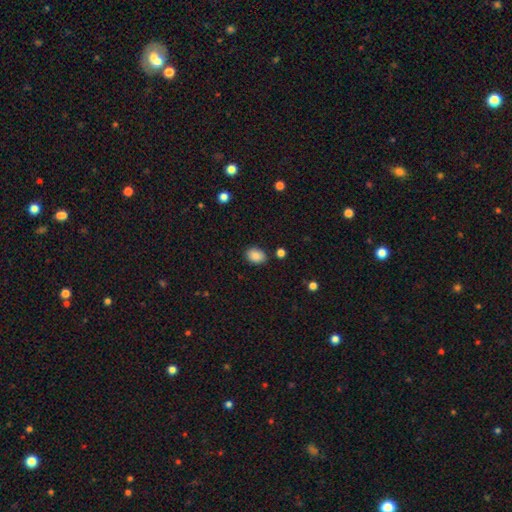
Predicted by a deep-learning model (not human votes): Overall: smooth (87%). How rounded: in between (75%). Merging: none (84%).